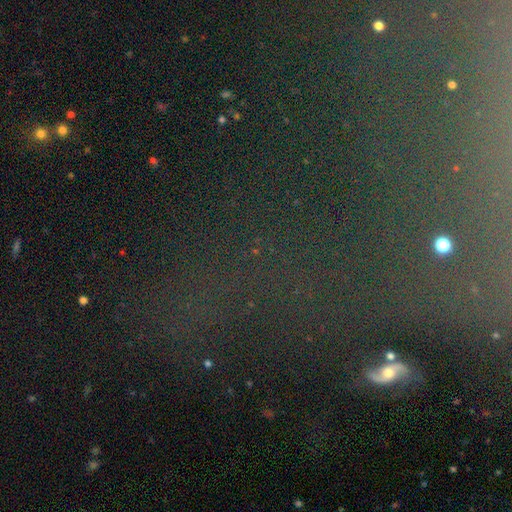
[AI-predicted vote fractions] Smooth or featured? star or artifact (69%)